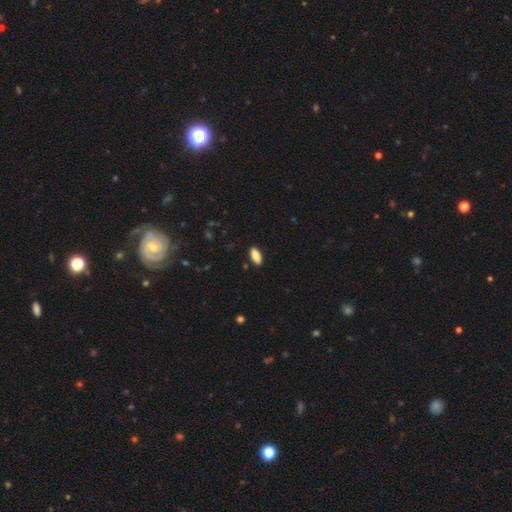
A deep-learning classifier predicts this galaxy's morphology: Smooth or featured? smooth (84%)
How rounded? in between (85%)
Merging? none (89%)